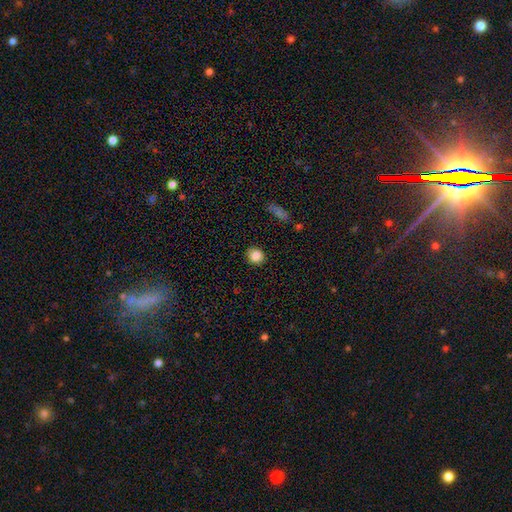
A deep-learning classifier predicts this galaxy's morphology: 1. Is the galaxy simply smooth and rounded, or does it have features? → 85% smooth, 10% star or artifact, 5% featured or disk.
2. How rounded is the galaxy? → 81% round, 18% in between, 1% cigar-shaped.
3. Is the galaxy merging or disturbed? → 87% none, 9% minor disturbance, 2% major disturbance, 1% merger.